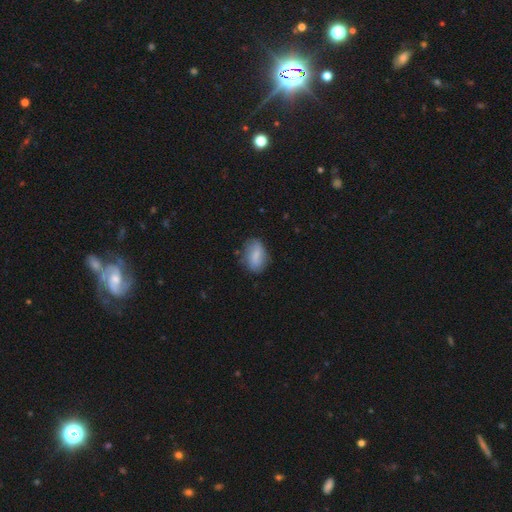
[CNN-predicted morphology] A smooth galaxy with no disk features (67%) that is in between round and cigar-shaped (86%). Merging: none (71%).